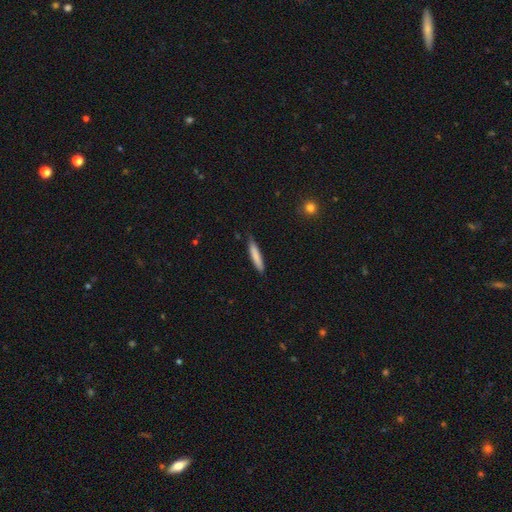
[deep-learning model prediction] Smooth or featured? smooth (81%)
How rounded? cigar-shaped (90%)
Merging? none (80%)